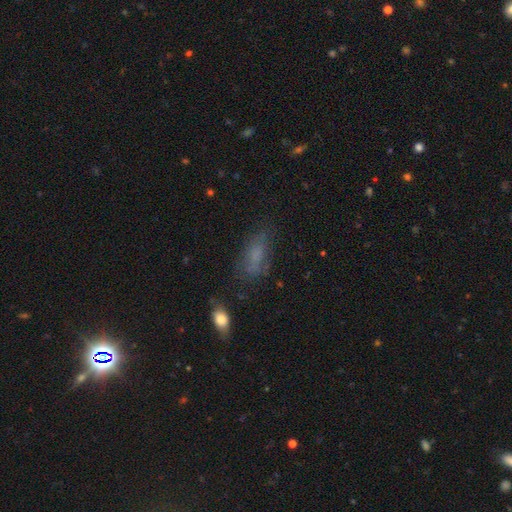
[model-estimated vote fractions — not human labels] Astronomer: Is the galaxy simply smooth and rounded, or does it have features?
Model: smooth — 60%.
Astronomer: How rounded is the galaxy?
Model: in between — 75%.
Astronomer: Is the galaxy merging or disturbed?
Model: none — 57%.